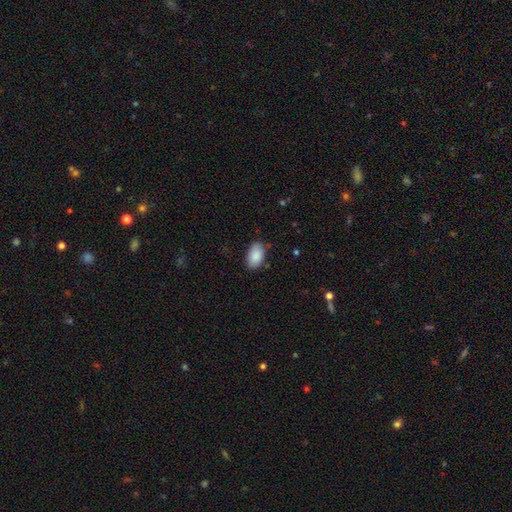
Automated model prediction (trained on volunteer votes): Morphology: type=smooth (89%); roundness=in between (93%); merging=none (79%).